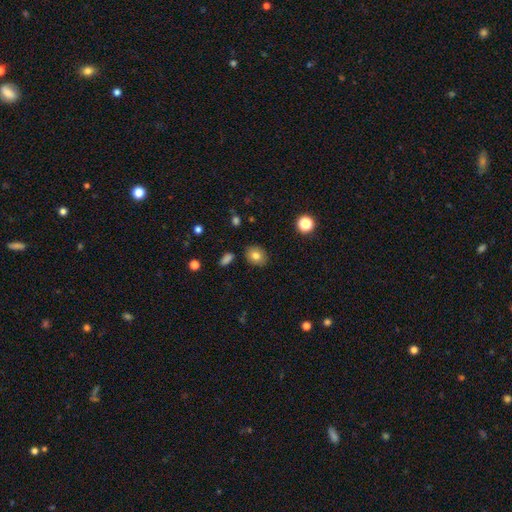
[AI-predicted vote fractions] smooth-or-featured: smooth: 80% | featured or disk: 10% | star or artifact: 10%
  how-rounded: round: 50% | in between: 49% | cigar-shaped: 1%
  merging: none: 86% | minor disturbance: 9% | major disturbance: 2% | merger: 2%